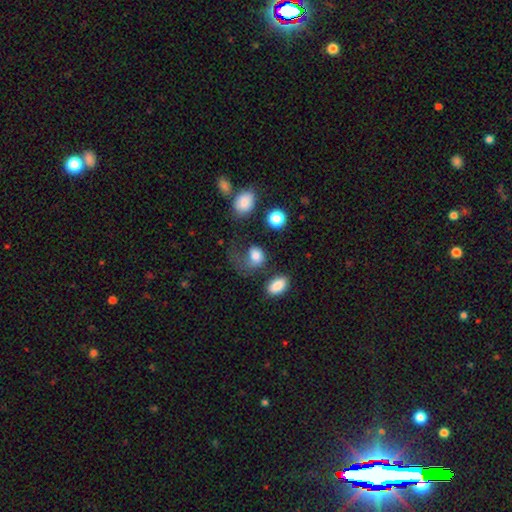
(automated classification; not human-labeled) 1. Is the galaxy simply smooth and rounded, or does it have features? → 75% smooth, 16% featured or disk, 9% star or artifact.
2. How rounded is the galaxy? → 50% in between, 48% round, 1% cigar-shaped.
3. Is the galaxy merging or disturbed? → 47% major disturbance, 30% none, 17% minor disturbance, 7% merger.